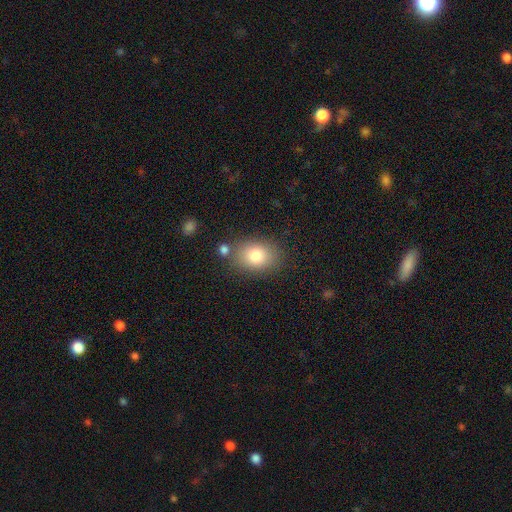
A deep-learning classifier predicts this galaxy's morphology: Overall: smooth (81%). How rounded: in between (72%). Merging: none (76%).